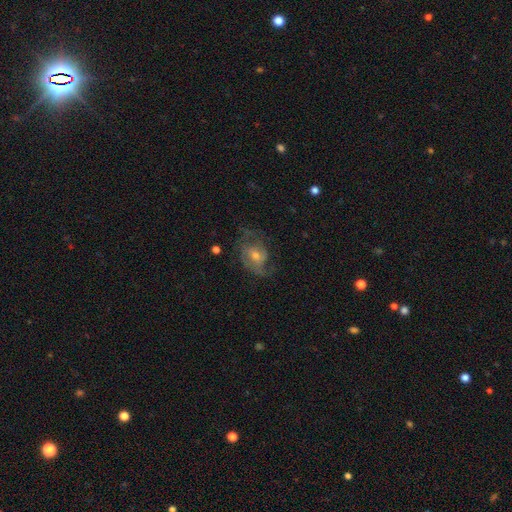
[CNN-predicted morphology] The model was most divided on "bulge size": moderate: 51%, small: 41%, large: 4%, none: 3%, dominant: 1%. Remaining: edge-on disk — no (96%); spiral arms — yes (85%); smooth or featured — featured or disk (71%); merging — none (59%); spiral arm count — 2 (58%); bar — no (52%); spiral winding — medium (48%).